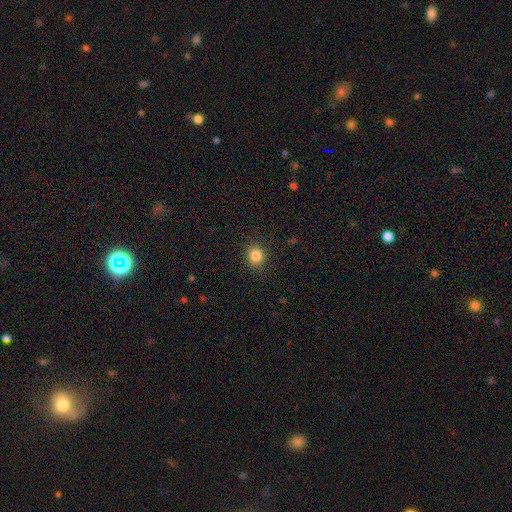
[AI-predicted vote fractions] smooth 84%, star or artifact 11%, featured or disk 5%. Down the decision tree: how rounded — round (84%); merging — none (90%).